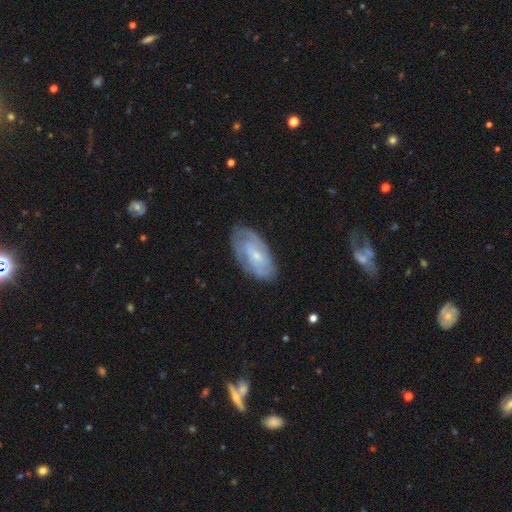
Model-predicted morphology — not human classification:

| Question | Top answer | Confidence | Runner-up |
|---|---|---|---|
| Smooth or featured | featured or disk | 68% | smooth (26%) |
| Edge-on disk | no | 94% | yes (6%) |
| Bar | no | 59% | weak (34%) |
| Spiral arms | yes | 84% | no (16%) |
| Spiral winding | tight | 60% | medium (30%) |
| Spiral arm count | can't tell | 45% | 2 (31%) |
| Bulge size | small | 72% | moderate (23%) |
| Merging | none | 73% | minor disturbance (20%) |